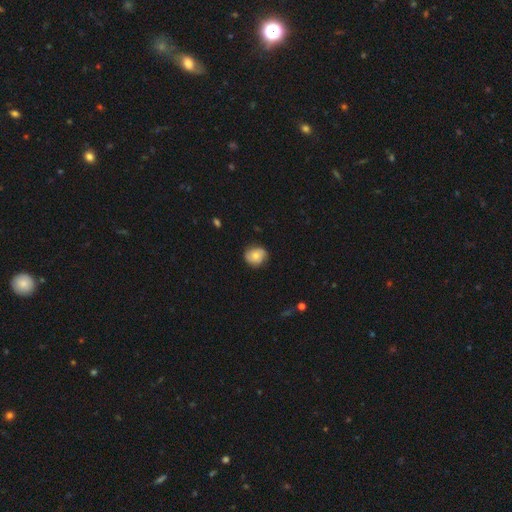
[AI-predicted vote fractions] smooth-or-featured: smooth: 57% | featured or disk: 35% | star or artifact: 8%
  how-rounded: round: 72% | in between: 27% | cigar-shaped: 1%
  merging: none: 76% | minor disturbance: 19% | major disturbance: 4% | merger: 1%